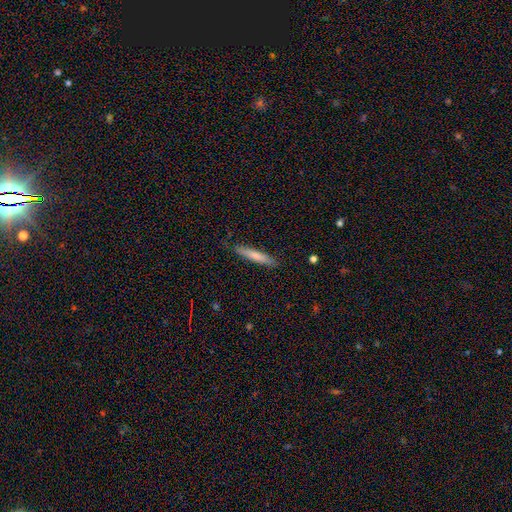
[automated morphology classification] smooth 70%, featured or disk 24%, star or artifact 6%. Down the decision tree: how rounded — cigar-shaped (93%); merging — none (87%).